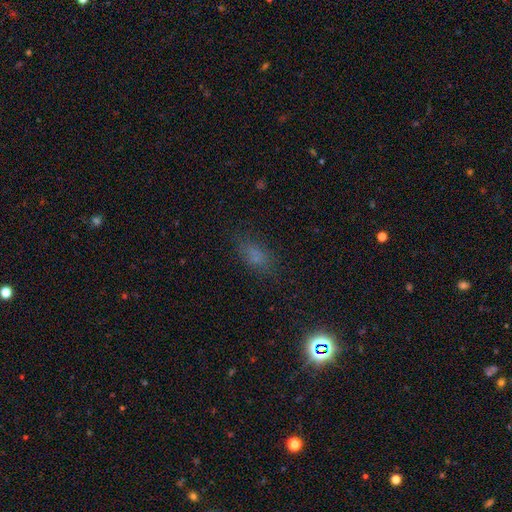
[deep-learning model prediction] A smooth galaxy with no disk features (67%) that is in between round and cigar-shaped (82%).

Vote fractions:
- Smooth or featured? smooth: 67% / star or artifact: 22% / featured or disk: 11%
- How rounded? in between: 82% / round: 9% / cigar-shaped: 9%
- Merging? none: 71% / minor disturbance: 19% / major disturbance: 8% / merger: 2%